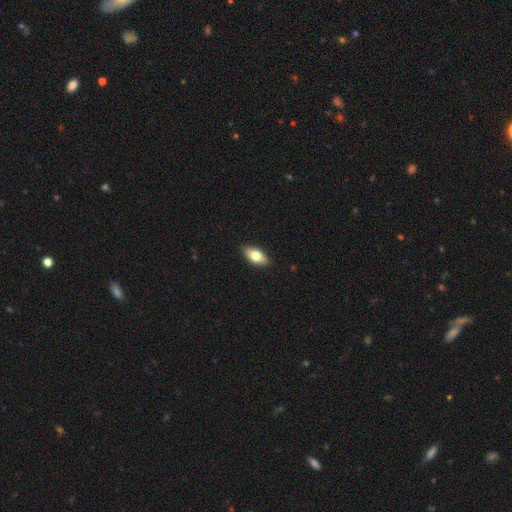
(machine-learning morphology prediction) smooth-or-featured: smooth: 72% | featured or disk: 22% | star or artifact: 6%
  how-rounded: in between: 86% | cigar-shaped: 10% | round: 4%
  merging: none: 89% | minor disturbance: 8% | major disturbance: 2% | merger: 1%